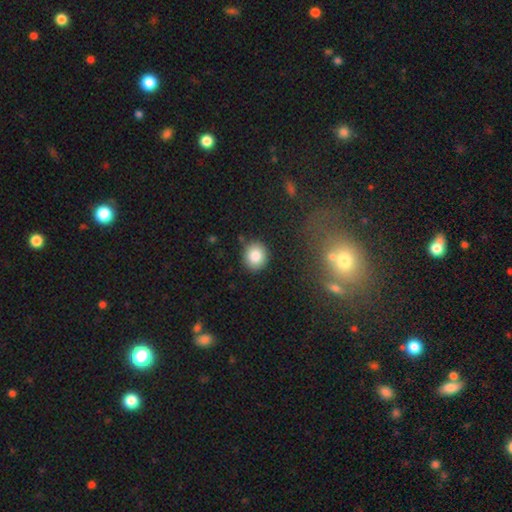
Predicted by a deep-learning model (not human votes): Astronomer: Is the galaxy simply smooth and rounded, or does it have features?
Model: smooth — 85%.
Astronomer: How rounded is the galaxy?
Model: round — 80%.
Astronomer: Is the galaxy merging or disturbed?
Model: none — 88%.